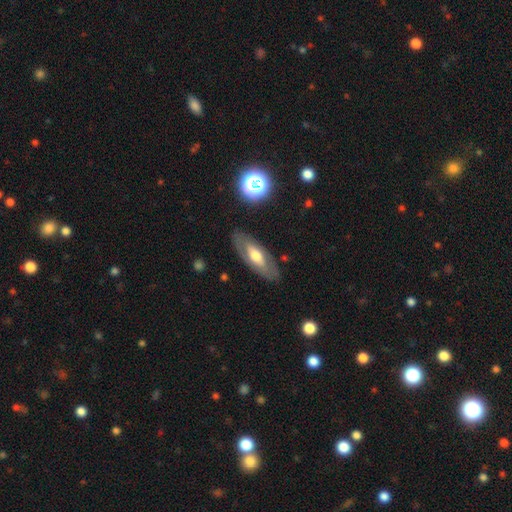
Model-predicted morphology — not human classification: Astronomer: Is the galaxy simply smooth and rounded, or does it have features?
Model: featured or disk — 51% (runner-up: smooth, 42%).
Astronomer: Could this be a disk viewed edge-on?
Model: no — 73%.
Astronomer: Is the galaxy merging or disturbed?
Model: none — 82%.